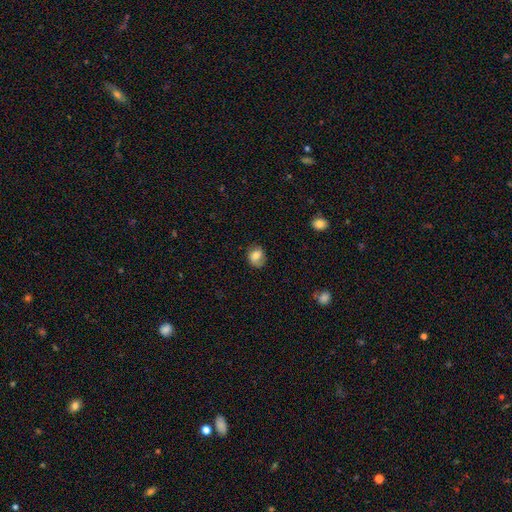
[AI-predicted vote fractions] Smooth or featured? Predicted: smooth (p=0.67). How rounded? Predicted: round (p=0.54). Merging? Predicted: none (p=0.70).